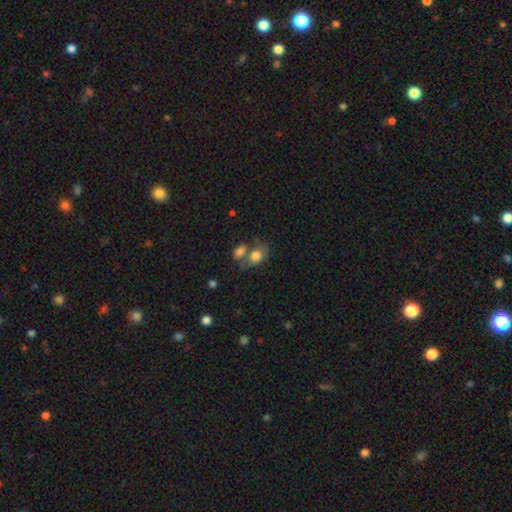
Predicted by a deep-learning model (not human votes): The model was most divided on "merging": merger: 45%, none: 35%, minor disturbance: 14%, major disturbance: 7%. More confident: smooth or featured — smooth (78%); how rounded — in between (73%).